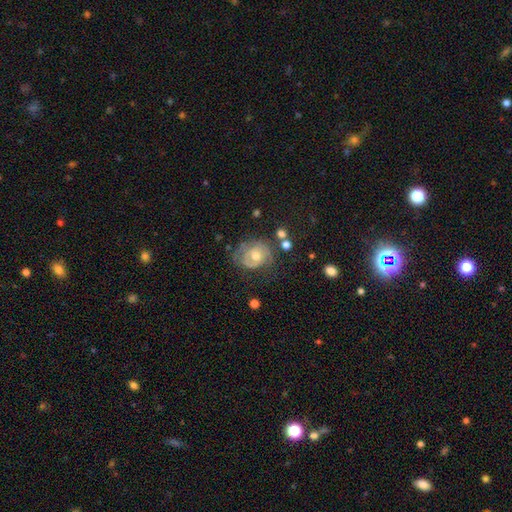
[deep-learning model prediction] A featured or disk galaxy (70%) with no bar (76%), 2 (46%) tight (62%) spiral arms (81%) and a moderate central bulge (64%). Merging: none (60%).